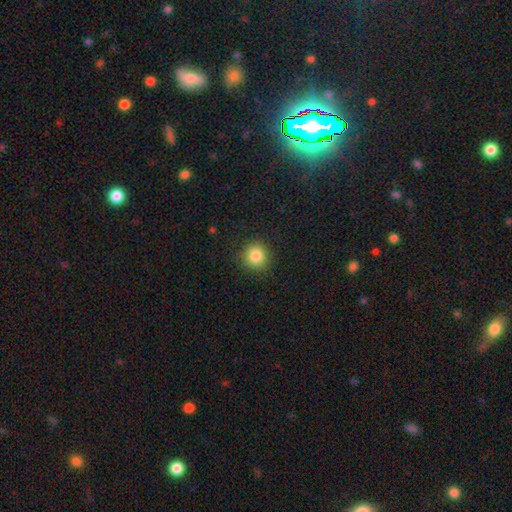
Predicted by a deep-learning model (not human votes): Smooth or featured? Predicted: smooth (p=0.85). How rounded? Predicted: round (p=0.92). Merging? Predicted: none (p=0.89).